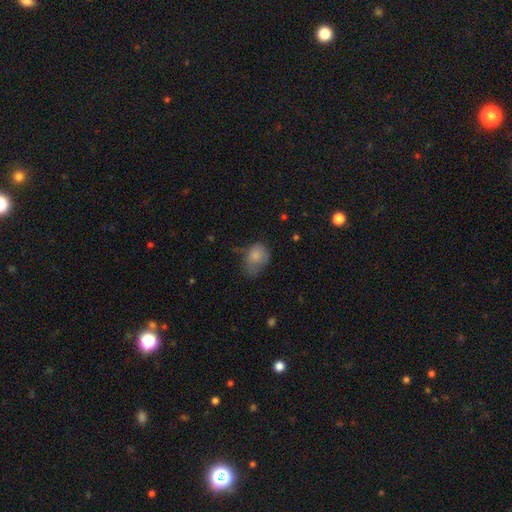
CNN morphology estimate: Overall: smooth (78%). How rounded: in between (68%; round 30%). Merging: minor disturbance (39%; none 33%).